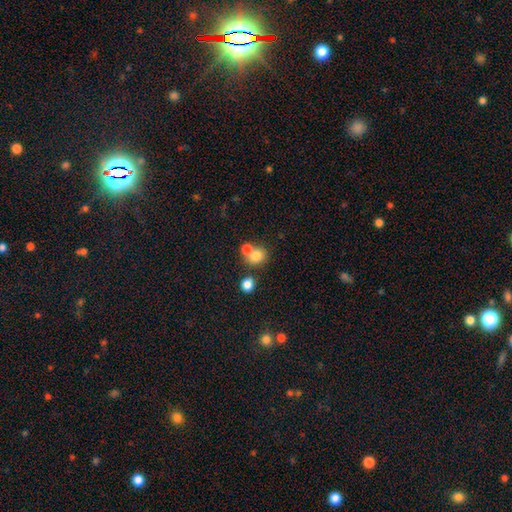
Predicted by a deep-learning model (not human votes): Smooth or featured? Predicted: smooth (p=0.77). How rounded? Predicted: round (p=0.73). Merging? Predicted: none (p=0.48).